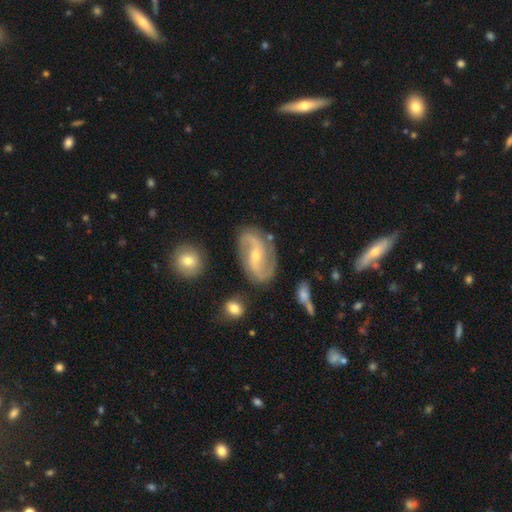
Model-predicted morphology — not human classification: Overall: featured or disk (87%). Edge-on disk: no (97%). Bar: weak (44%; no 34%). Spiral arms: yes (96%). Spiral arm count: 2 (91%). Spiral winding: medium (45%; loose 37%). Bulge size: small (56%; moderate 40%). Merging: none (81%).